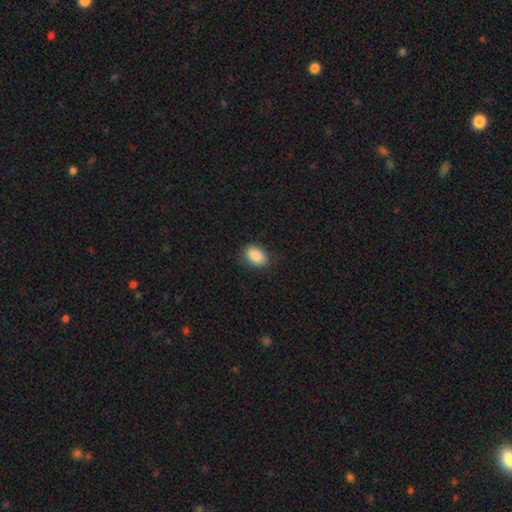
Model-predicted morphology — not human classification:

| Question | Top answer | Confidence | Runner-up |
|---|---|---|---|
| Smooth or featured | smooth | 88% | star or artifact (7%) |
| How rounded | in between | 87% | round (11%) |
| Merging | none | 82% | minor disturbance (13%) |